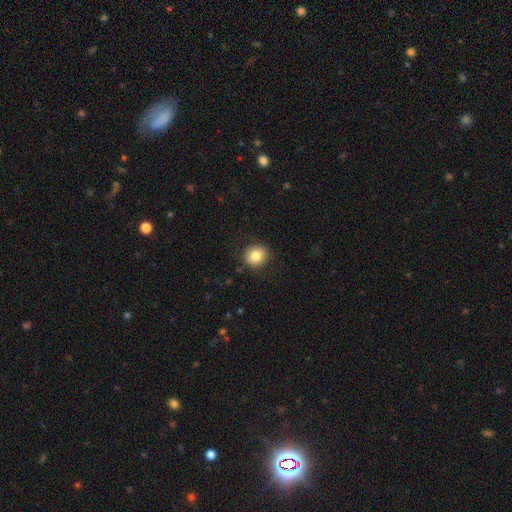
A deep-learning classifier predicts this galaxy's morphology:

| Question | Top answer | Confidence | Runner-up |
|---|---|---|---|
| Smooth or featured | smooth | 82% | star or artifact (9%) |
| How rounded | round | 86% | in between (13%) |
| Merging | none | 87% | minor disturbance (9%) |